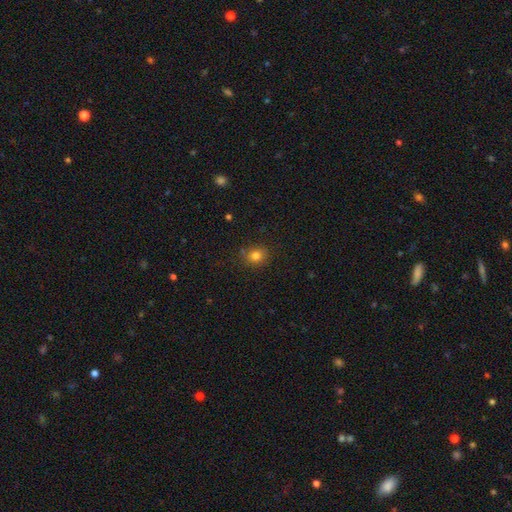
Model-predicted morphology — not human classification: This appears to be a smooth galaxy with no disk features (80%) that is round (72%). Merging: none (83%).